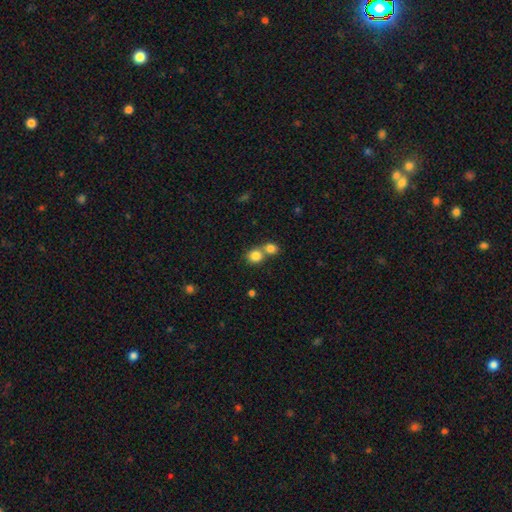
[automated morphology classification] A smooth galaxy with no disk features (83%) that is round (82%). Merging: merger (51%).